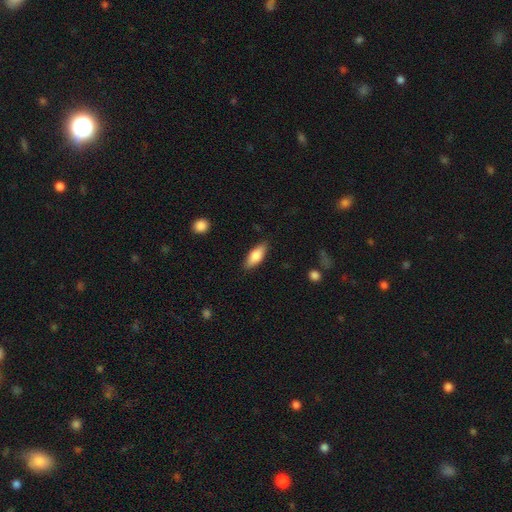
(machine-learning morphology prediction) Q: Smooth or featured?
A: smooth (76%); runner-up: featured or disk (18%)
Q: How rounded?
A: in between (71%); runner-up: cigar-shaped (27%)
Q: Merging?
A: none (86%); runner-up: minor disturbance (10%)